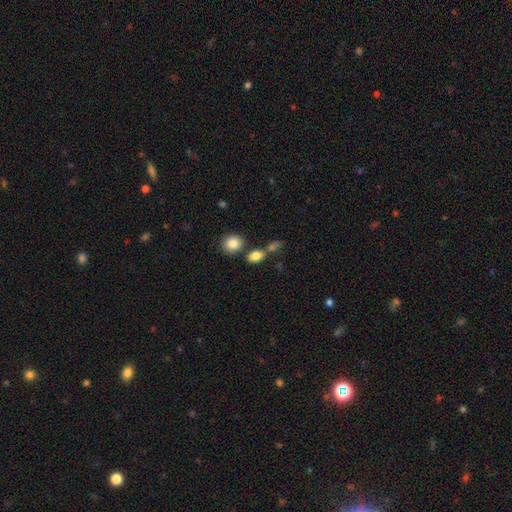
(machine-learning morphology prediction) A smooth galaxy with no disk features (83%) that is in between round and cigar-shaped (68%).

Vote fractions:
- Smooth or featured? smooth: 83% / star or artifact: 10% / featured or disk: 7%
- How rounded? in between: 68% / round: 29% / cigar-shaped: 3%
- Merging? none: 59% / merger: 25% / minor disturbance: 11% / major disturbance: 5%